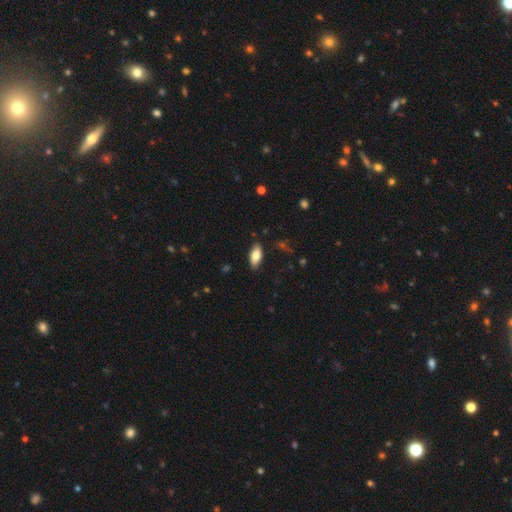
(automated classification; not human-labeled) Morphology: type=smooth (79%); roundness=in between (87%); merging=none (86%).